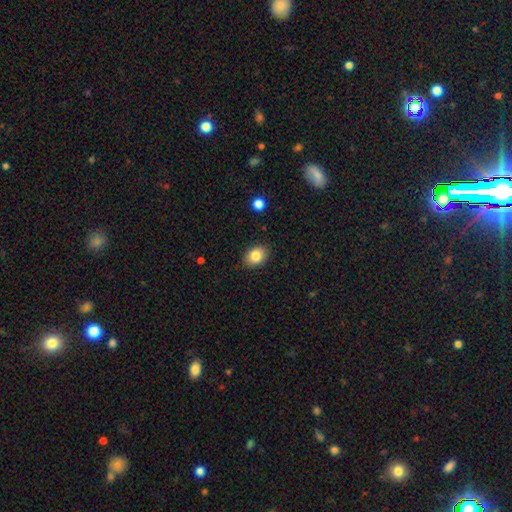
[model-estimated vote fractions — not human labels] A smooth galaxy with no disk features (84%) that is in between round and cigar-shaped (62%). Merging: none (88%).